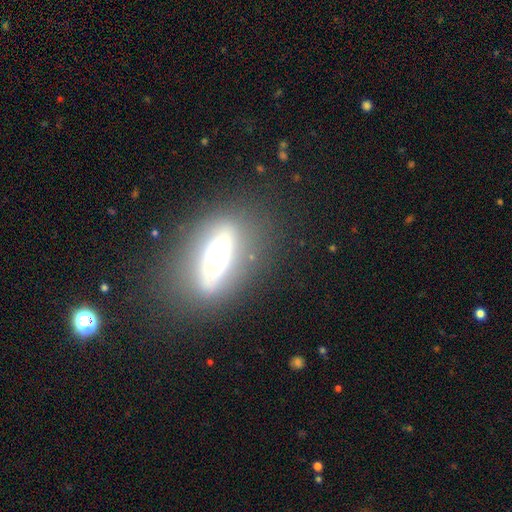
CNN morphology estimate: A featured or disk galaxy (56%) viewed edge-on (58%).

Vote fractions:
- Smooth or featured? featured or disk: 56% / smooth: 32% / star or artifact: 11%
- Edge-on disk? yes: 58% / no: 42%
- Merging? none: 78% / minor disturbance: 13% / major disturbance: 7% / merger: 2%